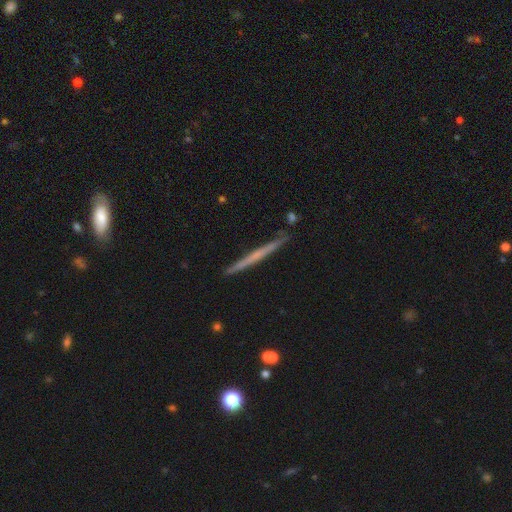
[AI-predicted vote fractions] Smooth or featured?
  - featured or disk: 53% *
  - smooth: 41%
  - star or artifact: 6%
Edge-on disk?
  - yes: 97% *
  - no: 3%
Edge-on bulge?
  - none: 88% *
  - rounded: 8%
  - boxy: 4%
Merging?
  - none: 89% *
  - minor disturbance: 8%
  - merger: 2%
  - major disturbance: 1%